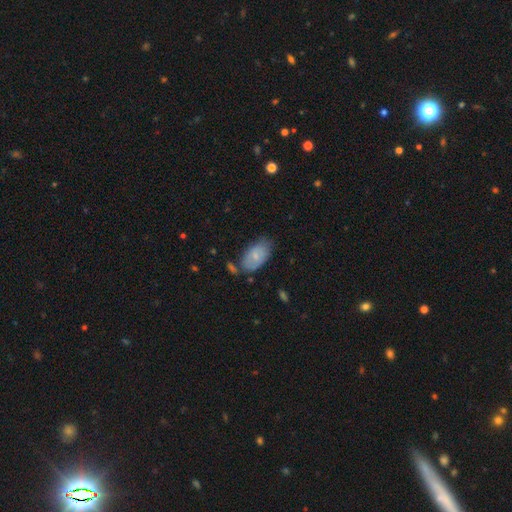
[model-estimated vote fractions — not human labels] Smooth or featured: smooth — 66% (featured or disk — 27%)
How rounded: in between — 93% (round — 5%)
Merging: none — 57% (minor disturbance — 29%)